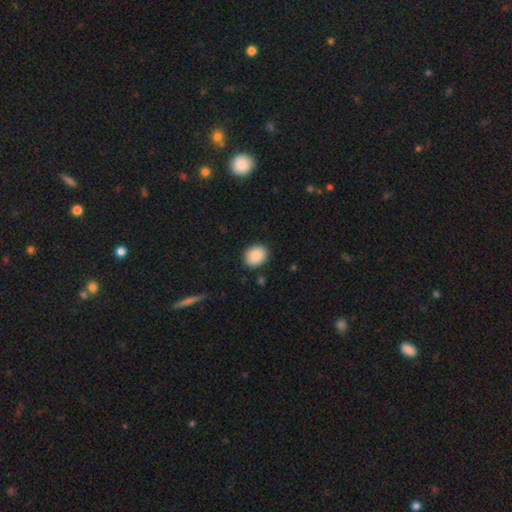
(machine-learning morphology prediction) smooth_or_featured: smooth (p=0.90) [alt: star or artifact p=0.07]
how_rounded: round (p=0.54) [alt: in between p=0.45]
merging: none (p=0.88) [alt: minor disturbance p=0.08]